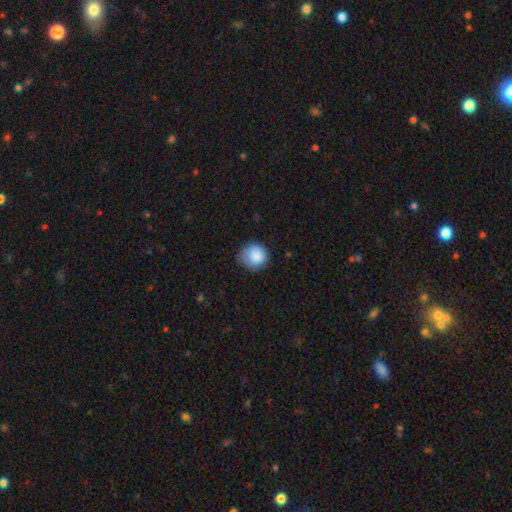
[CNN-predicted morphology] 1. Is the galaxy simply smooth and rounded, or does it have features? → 86% smooth, 7% star or artifact, 7% featured or disk.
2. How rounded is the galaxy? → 90% round, 9% in between, 1% cigar-shaped.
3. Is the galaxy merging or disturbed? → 71% none, 22% minor disturbance, 6% major disturbance, 1% merger.